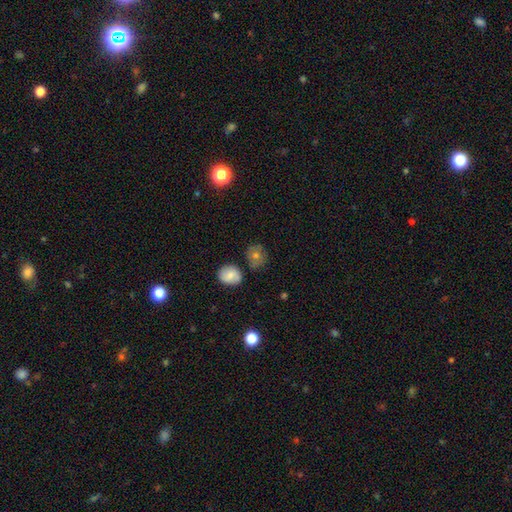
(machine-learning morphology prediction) Smooth or featured: smooth — 61% (featured or disk — 20%)
How rounded: round — 77% (in between — 22%)
Merging: none — 77% (minor disturbance — 12%)